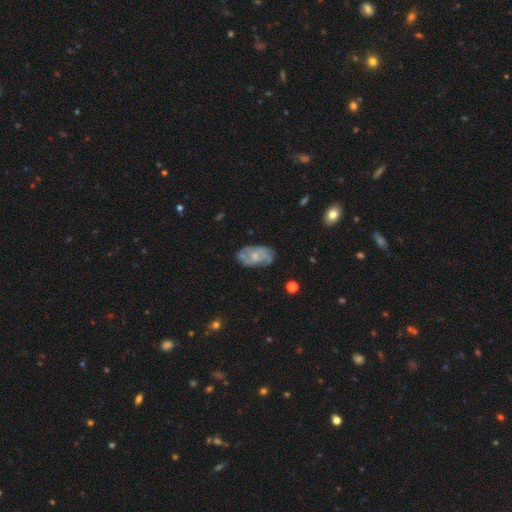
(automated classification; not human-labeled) The model was most divided on "bulge size": small: 62%, moderate: 31%, none: 6%, large: 1%, dominant: 1%. More confident: edge-on disk — no (95%); bar — no (76%); spiral arms — yes (71%); merging — none (66%); smooth or featured — featured or disk (62%).